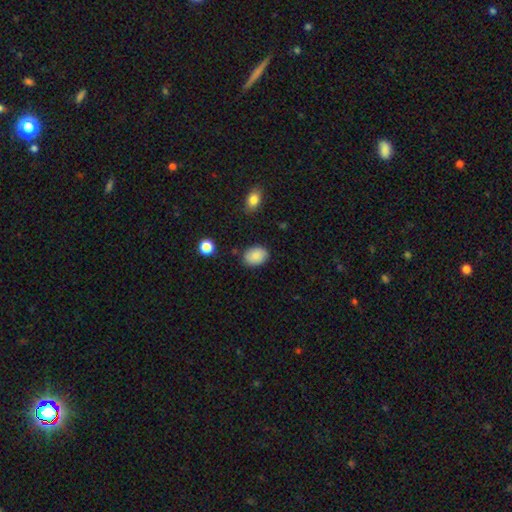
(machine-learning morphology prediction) smooth 86%, star or artifact 7%, featured or disk 7%. Down the decision tree: how rounded — in between (77%); merging — none (83%).